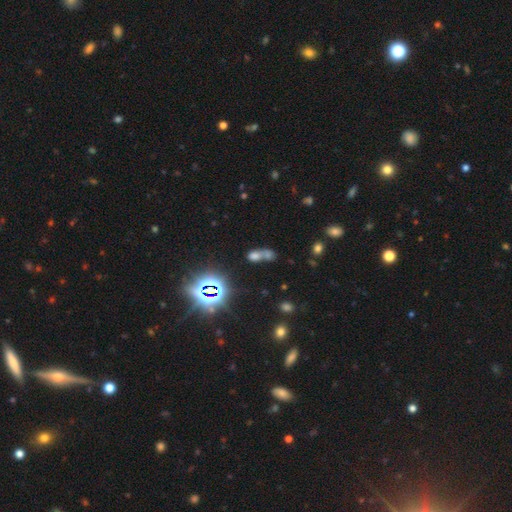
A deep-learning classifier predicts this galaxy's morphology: This is possibly a smooth galaxy (49%). Merging: likely merger (63%).